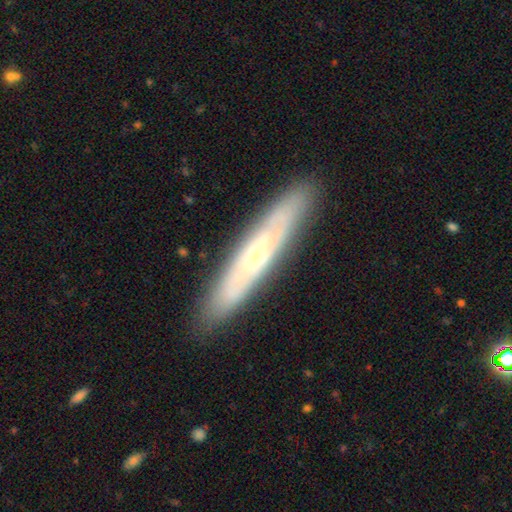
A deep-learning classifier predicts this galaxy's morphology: The model was most divided on "edge-on disk": yes: 60%, no: 40%. More confident: merging — none (87%); smooth or featured — featured or disk (64%).